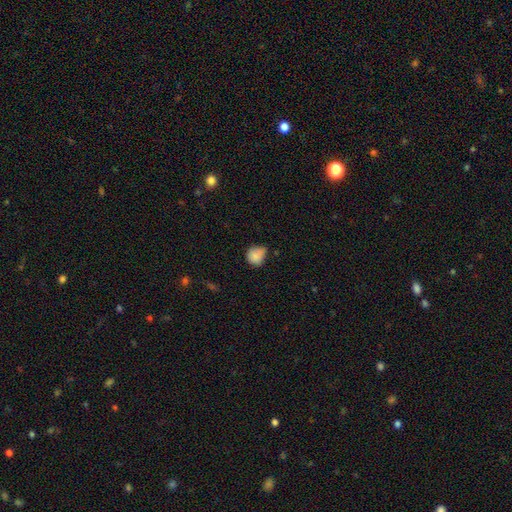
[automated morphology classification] This is clearly a smooth galaxy (84%). How rounded: likely round (74%). Merging: marginally none (44%).